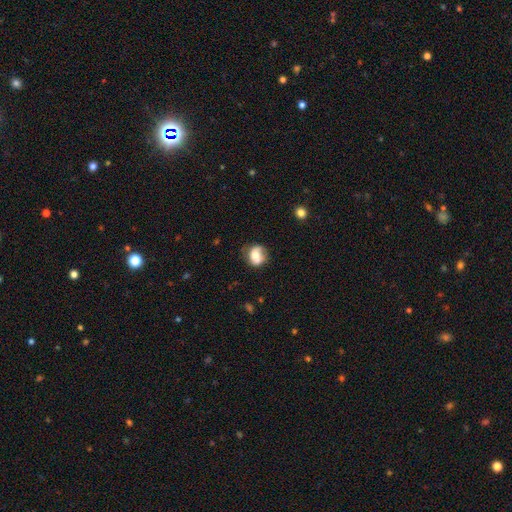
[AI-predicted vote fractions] smooth 64%, featured or disk 27%, star or artifact 9%. Down the decision tree: how rounded — round (62%); merging — none (51%).